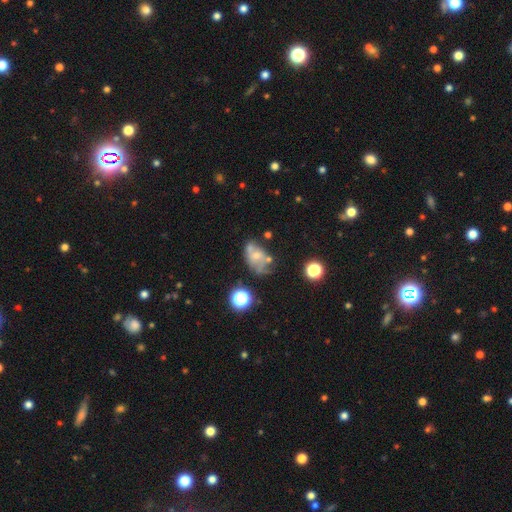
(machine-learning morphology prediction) type=featured or disk (48%); merging=none (31%).